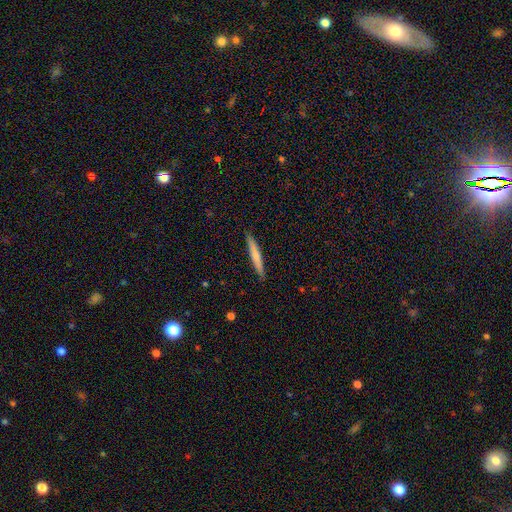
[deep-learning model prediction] This appears to be a smooth galaxy with no disk features (62%) that is cigar-shaped (95%). Merging: none (91%).